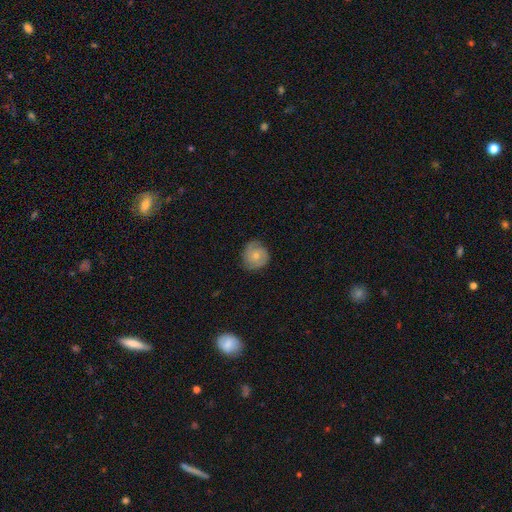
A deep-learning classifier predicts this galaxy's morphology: Smooth or featured? smooth (52%)
How rounded? round (87%)
Merging? none (75%)